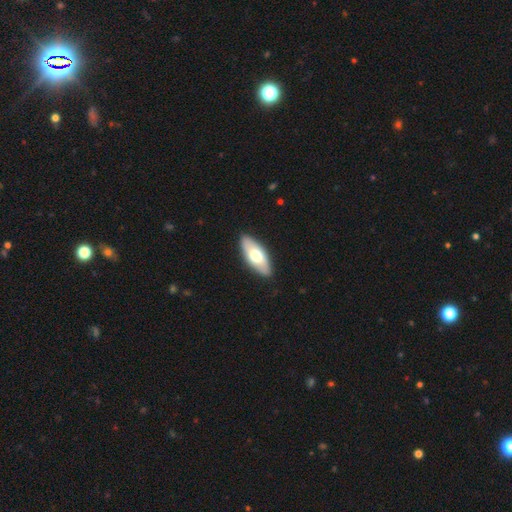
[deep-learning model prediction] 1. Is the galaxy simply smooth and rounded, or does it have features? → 64% smooth, 32% featured or disk, 5% star or artifact.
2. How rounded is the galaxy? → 83% in between, 15% cigar-shaped, 2% round.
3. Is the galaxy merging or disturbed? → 89% none, 8% minor disturbance, 2% major disturbance, 1% merger.